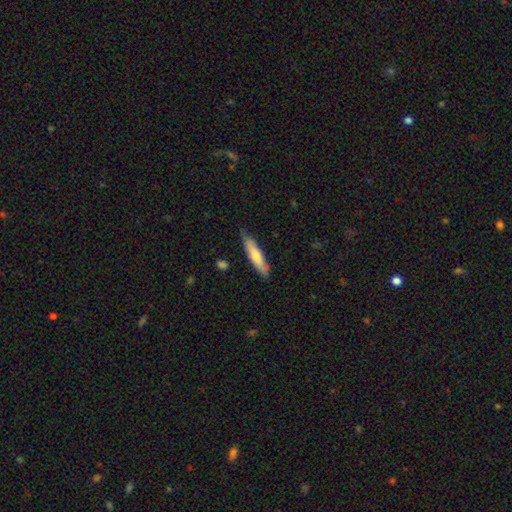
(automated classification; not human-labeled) Smooth or featured: smooth — 68% (featured or disk — 27%)
How rounded: cigar-shaped — 80% (in between — 19%)
Merging: none — 78% (minor disturbance — 18%)